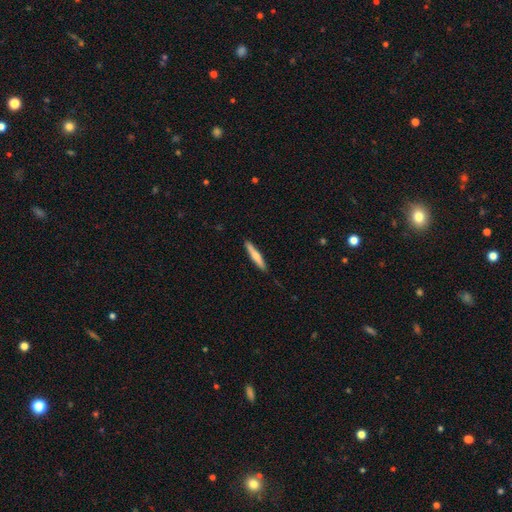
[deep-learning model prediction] Smooth or featured? smooth (64%)
How rounded? cigar-shaped (93%)
Merging? none (88%)